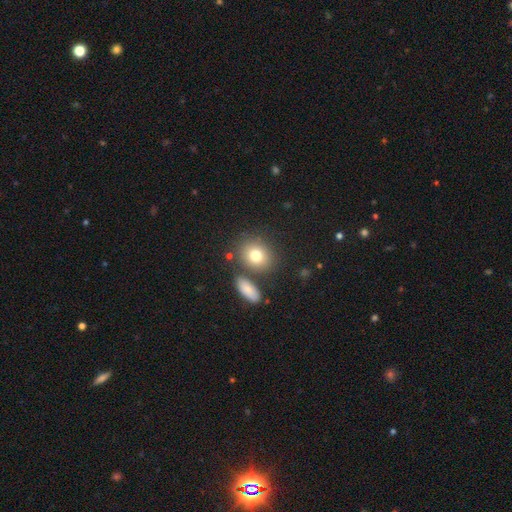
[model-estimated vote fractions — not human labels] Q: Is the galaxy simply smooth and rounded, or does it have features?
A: smooth — 78%.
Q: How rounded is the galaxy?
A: round — 61%.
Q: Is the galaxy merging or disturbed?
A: none — 74%.